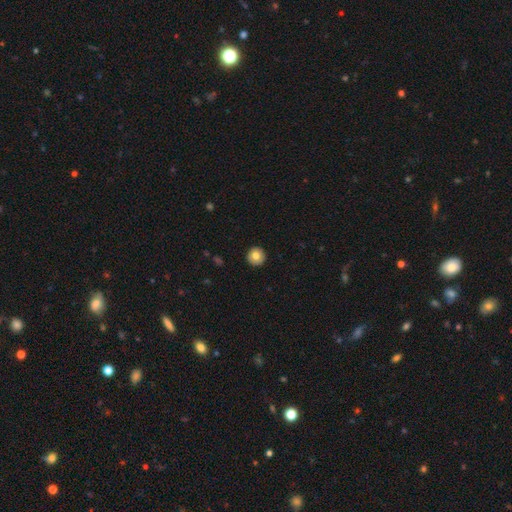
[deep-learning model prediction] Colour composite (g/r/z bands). It shows a smooth galaxy with no disk features (76%) that is round (96%). Merging: none (92%).